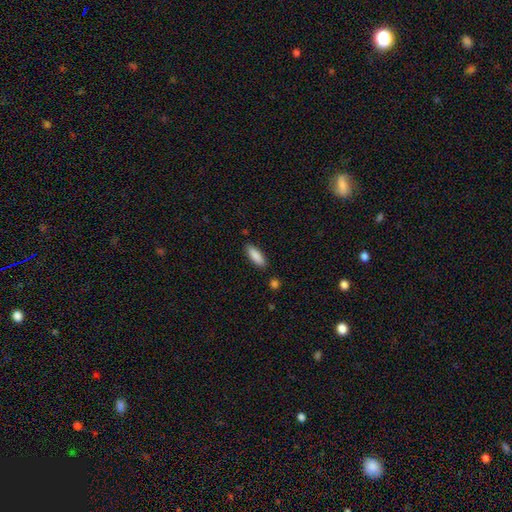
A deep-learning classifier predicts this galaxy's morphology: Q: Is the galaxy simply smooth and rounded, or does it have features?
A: smooth — 88%.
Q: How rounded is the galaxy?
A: in between — 62%.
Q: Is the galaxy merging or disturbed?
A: none — 86%.